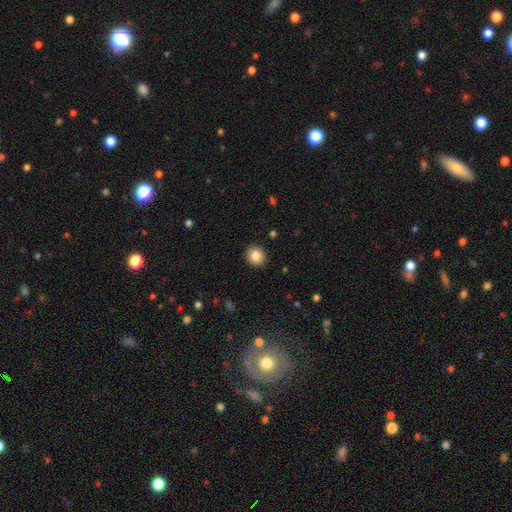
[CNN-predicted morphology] Smooth or featured? Predicted: smooth (p=0.85). How rounded? Predicted: round (p=0.89). Merging? Predicted: none (p=0.92).